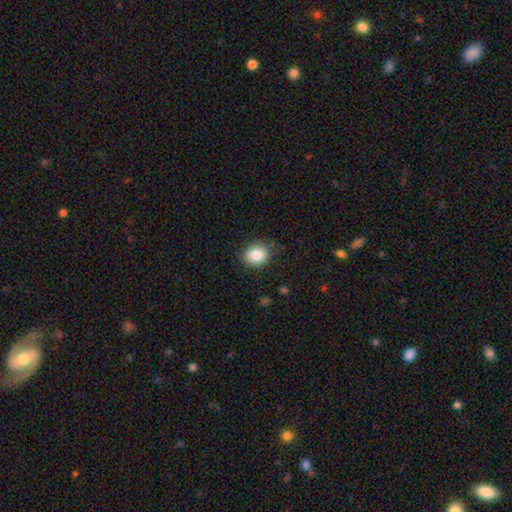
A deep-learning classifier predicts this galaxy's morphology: smooth_or_featured: smooth (p=0.83) [alt: star or artifact p=0.10]
how_rounded: round (p=0.76) [alt: in between p=0.23]
merging: none (p=0.88) [alt: minor disturbance p=0.09]